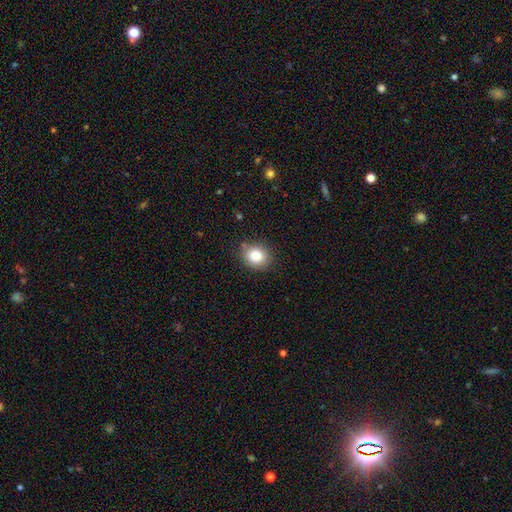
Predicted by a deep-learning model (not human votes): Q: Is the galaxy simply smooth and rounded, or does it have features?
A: smooth — 85%.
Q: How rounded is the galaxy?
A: round — 70%.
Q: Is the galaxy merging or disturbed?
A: none — 81%.